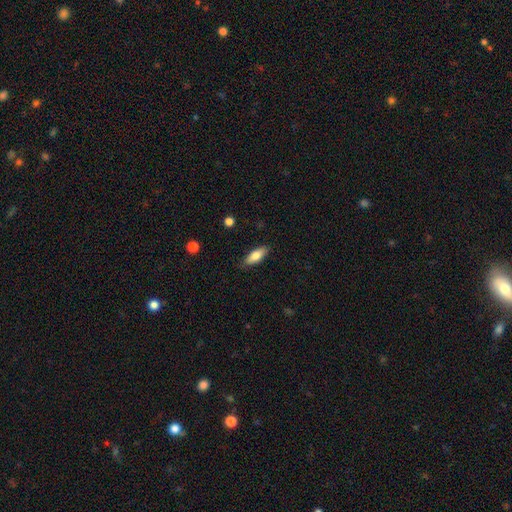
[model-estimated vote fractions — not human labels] smooth 75%, featured or disk 19%, star or artifact 6%. Down the decision tree: how rounded — in between (68%); merging — none (83%).